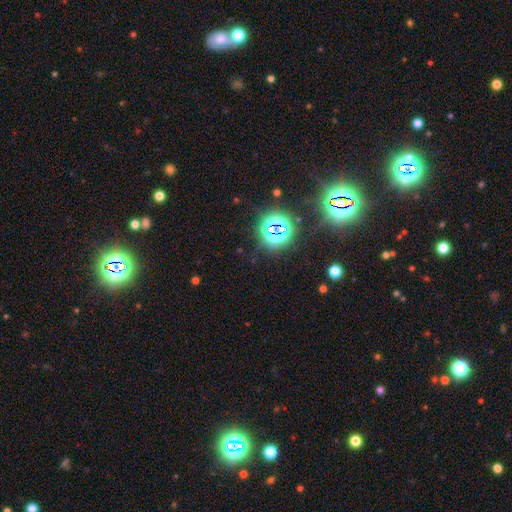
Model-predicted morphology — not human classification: smooth-or-featured: star or artifact: 79% | smooth: 13% | featured or disk: 7%